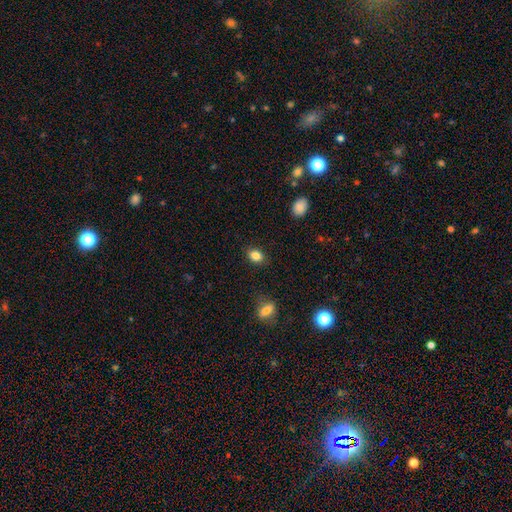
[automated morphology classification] A smooth galaxy with no disk features (84%) that is in between round and cigar-shaped (71%).

Vote fractions:
- Smooth or featured? smooth: 84% / star or artifact: 10% / featured or disk: 7%
- How rounded? in between: 71% / round: 27% / cigar-shaped: 1%
- Merging? none: 86% / minor disturbance: 10% / major disturbance: 3% / merger: 1%